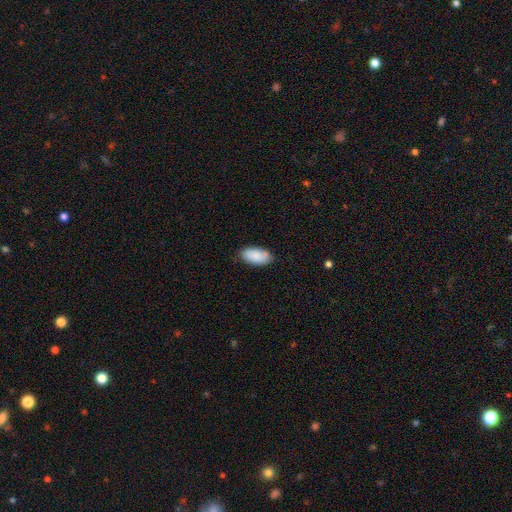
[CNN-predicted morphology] This appears to be a smooth galaxy with no disk features (87%) that is in between round and cigar-shaped (94%). Merging: none (79%).